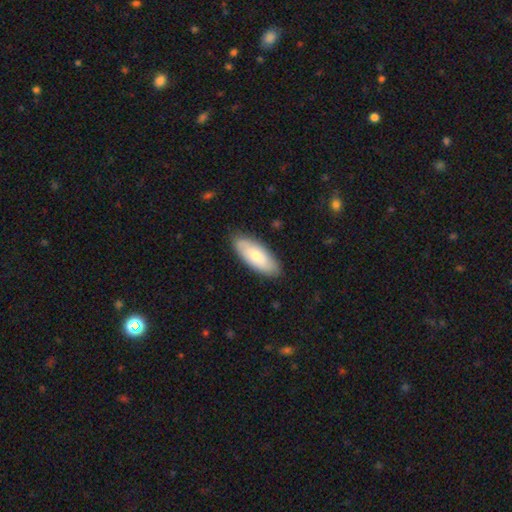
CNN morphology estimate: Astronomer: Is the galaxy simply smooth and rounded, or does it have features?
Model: smooth — 68%.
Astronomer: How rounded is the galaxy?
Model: in between — 80%.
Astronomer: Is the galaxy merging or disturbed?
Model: none — 85%.